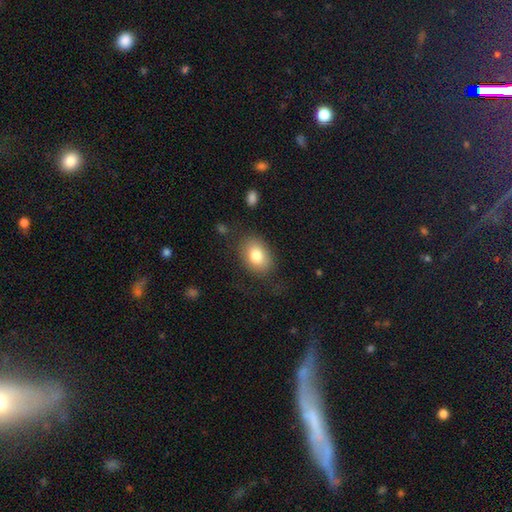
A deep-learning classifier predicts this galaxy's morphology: Smooth or featured? smooth (81%)
How rounded? in between (72%)
Merging? none (77%)